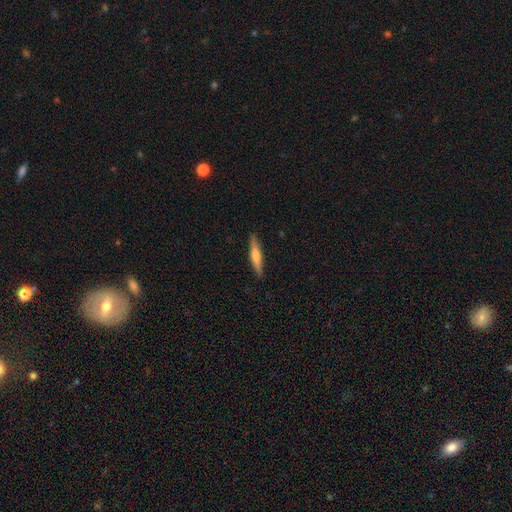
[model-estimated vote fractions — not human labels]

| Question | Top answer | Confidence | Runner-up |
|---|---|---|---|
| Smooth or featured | smooth | 50% | featured or disk (44%) |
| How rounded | cigar-shaped | 91% | in between (7%) |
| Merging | none | 90% | minor disturbance (7%) |